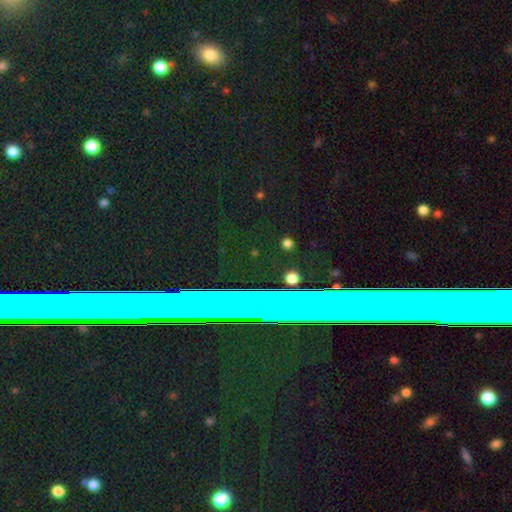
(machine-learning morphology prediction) This appears to be a star or artifact, not a galaxy (74%).